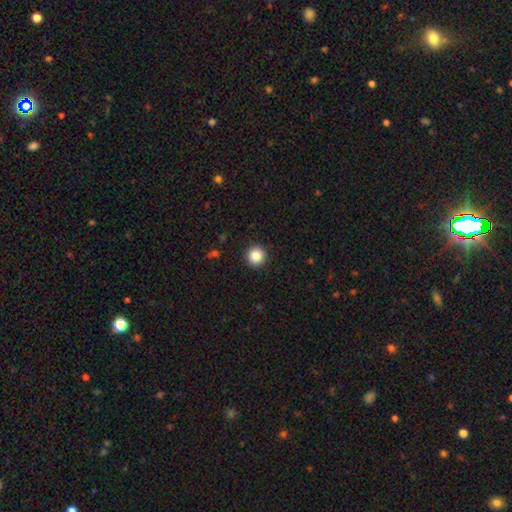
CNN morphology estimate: smooth 85%, star or artifact 10%, featured or disk 5%. Down the decision tree: how rounded — round (95%); merging — none (93%).